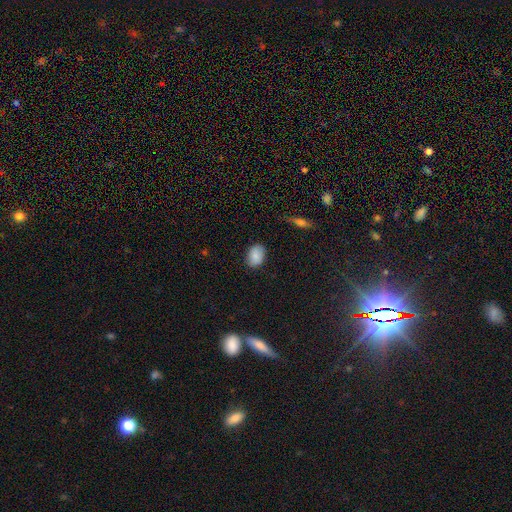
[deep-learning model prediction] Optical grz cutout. It shows a smooth galaxy with no disk features (85%) that is in between round and cigar-shaped (80%). Merging: none (83%).